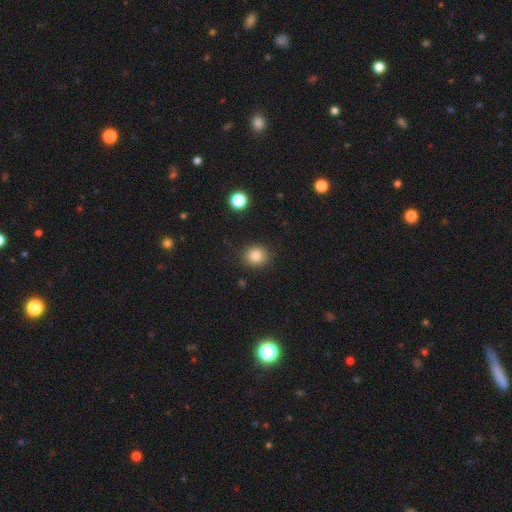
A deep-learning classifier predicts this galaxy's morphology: This is clearly a smooth galaxy (83%). How rounded: likely round (80%). Merging: clearly none (88%).